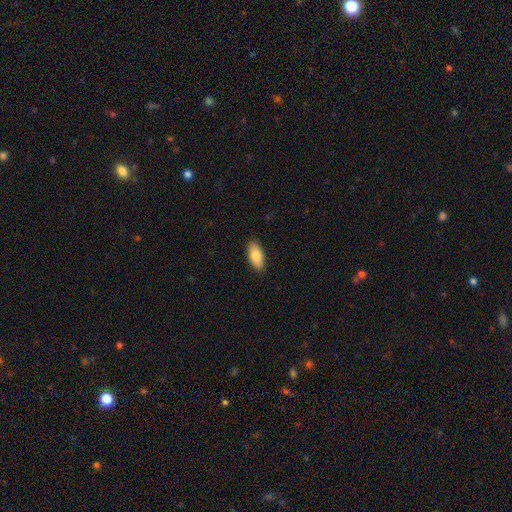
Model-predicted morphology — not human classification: Q: Smooth or featured?
A: smooth (83%); runner-up: featured or disk (11%)
Q: How rounded?
A: in between (88%); runner-up: cigar-shaped (10%)
Q: Merging?
A: none (89%); runner-up: minor disturbance (8%)